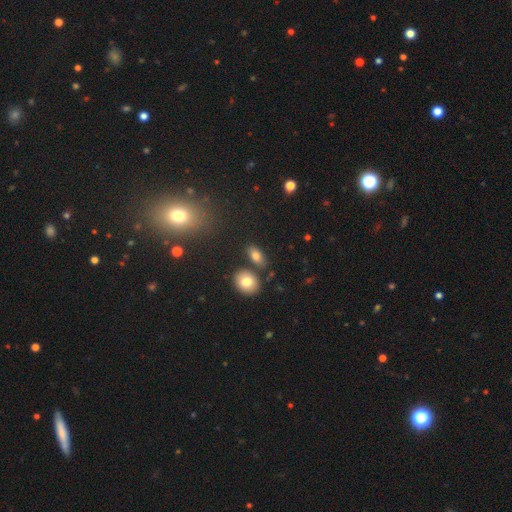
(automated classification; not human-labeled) smooth-or-featured: smooth: 78% | featured or disk: 12% | star or artifact: 10%
  how-rounded: in between: 83% | round: 12% | cigar-shaped: 4%
  merging: none: 74% | merger: 11% | minor disturbance: 11% | major disturbance: 3%